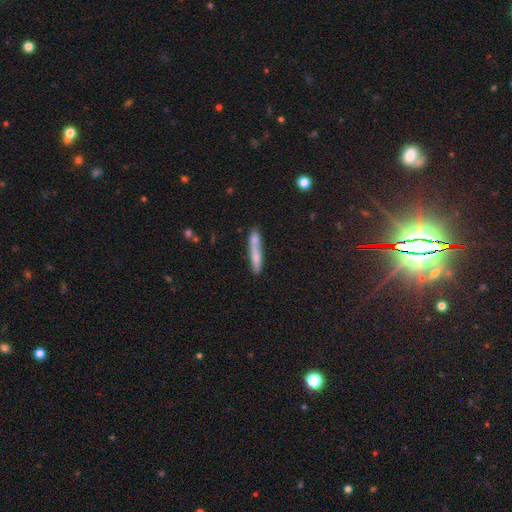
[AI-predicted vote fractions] smooth 71%, featured or disk 21%, star or artifact 7%. Down the decision tree: how rounded — cigar-shaped (86%); merging — none (46%).